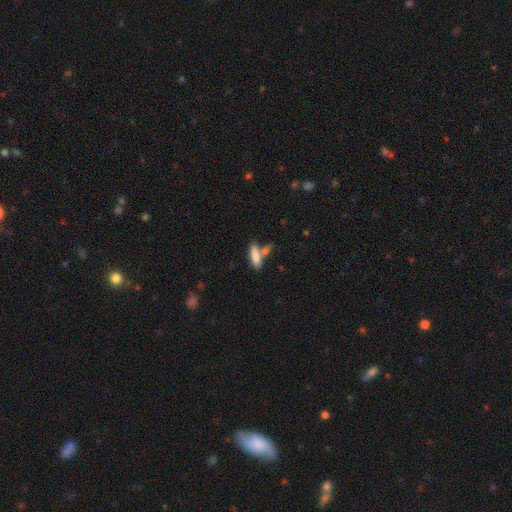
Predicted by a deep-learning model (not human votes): A smooth galaxy with no disk features (82%) that is cigar-shaped (51%).

Vote fractions:
- Smooth or featured? smooth: 82% / featured or disk: 11% / star or artifact: 7%
- How rounded? cigar-shaped: 51% / in between: 46% / round: 2%
- Merging? none: 48% / merger: 35% / minor disturbance: 13% / major disturbance: 5%